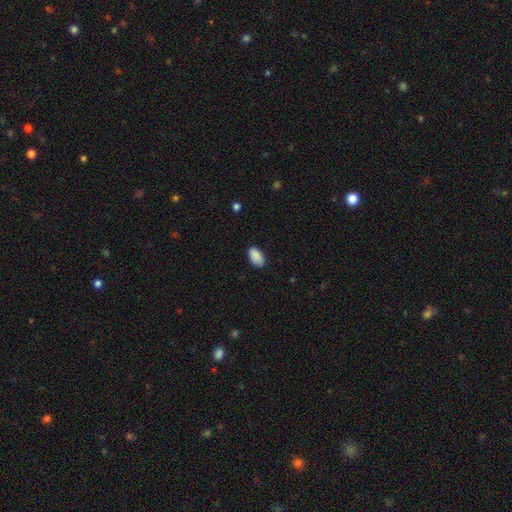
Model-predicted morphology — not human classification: Smooth or featured?
  - smooth: 89% *
  - star or artifact: 7%
  - featured or disk: 4%
How rounded?
  - in between: 95% *
  - round: 3%
  - cigar-shaped: 2%
Merging?
  - none: 81% *
  - minor disturbance: 16%
  - major disturbance: 3%
  - merger: 1%